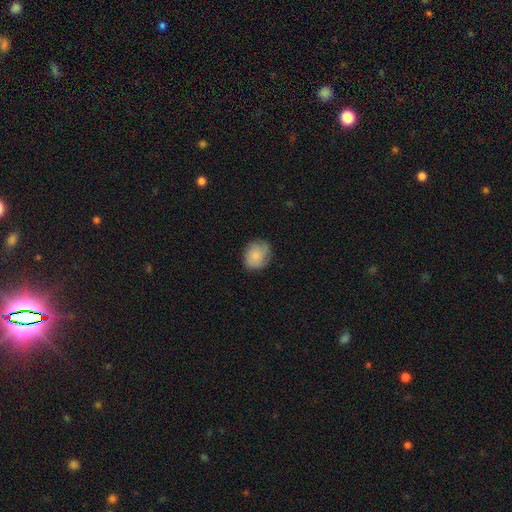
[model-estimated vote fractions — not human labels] Morphology: type=smooth (76%); roundness=round (64%); merging=none (71%).